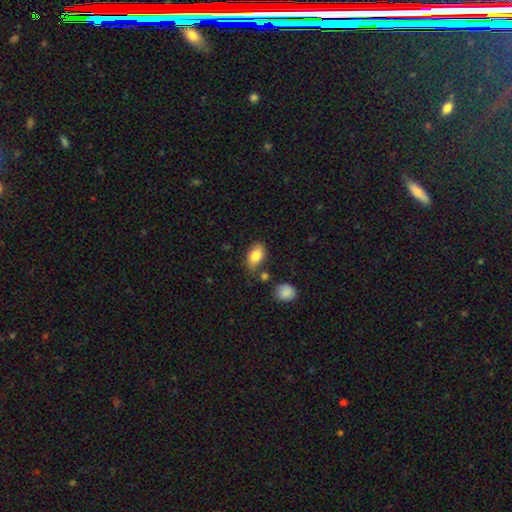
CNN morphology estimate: Smooth or featured? smooth (83%)
How rounded? in between (89%)
Merging? none (70%)